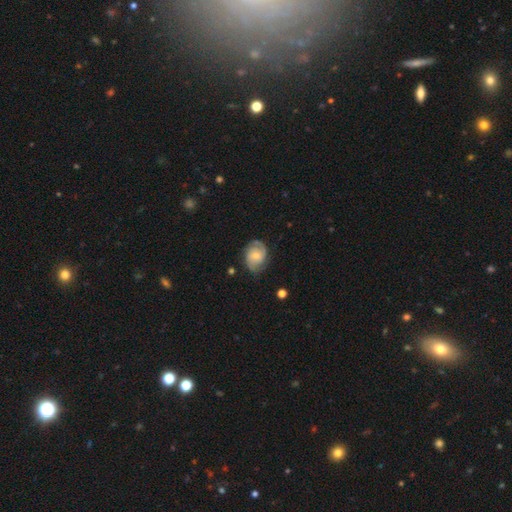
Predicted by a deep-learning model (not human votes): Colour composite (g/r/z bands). It shows a featured or disk galaxy (75%) with no bar (59%), 2 (81%) medium (44%) spiral arms (94%) and a small central bulge (56%). Merging: none (74%).